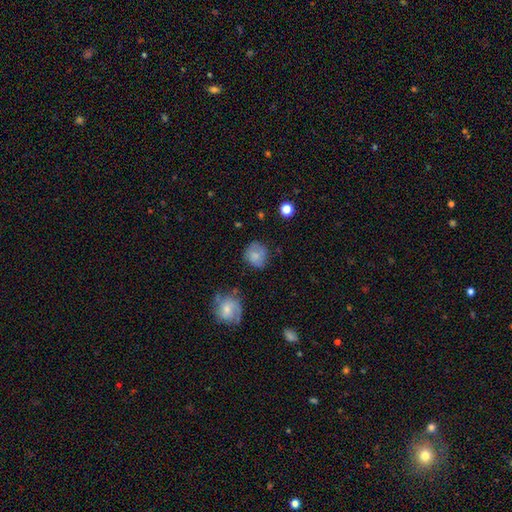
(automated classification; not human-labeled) This appears to be a smooth galaxy with no disk features (72%) that is round (74%). Merging: none (63%).